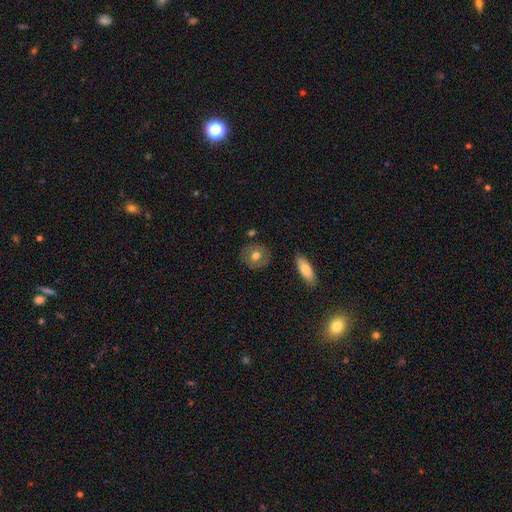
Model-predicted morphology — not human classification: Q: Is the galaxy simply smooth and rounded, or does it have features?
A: smooth — 65%.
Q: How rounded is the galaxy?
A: round — 78%.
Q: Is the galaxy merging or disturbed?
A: none — 85%.